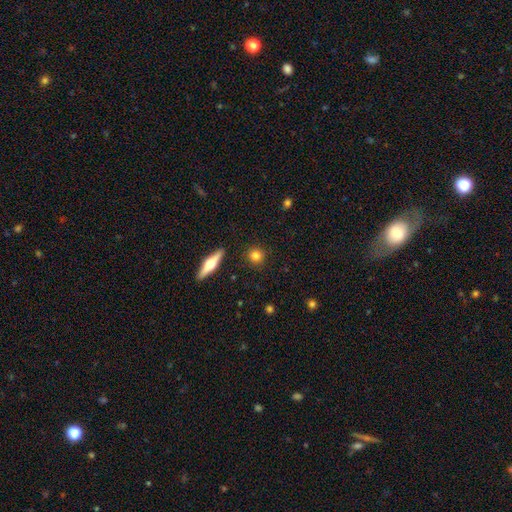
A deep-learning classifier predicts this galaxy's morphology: This appears to be a smooth galaxy with no disk features (79%) that is round (88%). Merging: none (90%).